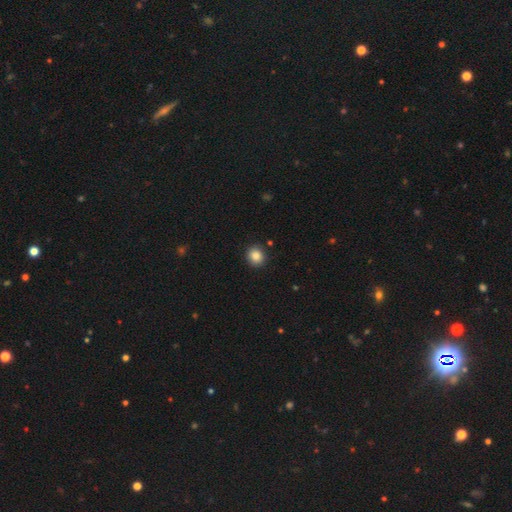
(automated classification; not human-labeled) smooth-or-featured: smooth: 85% | star or artifact: 10% | featured or disk: 5%
  how-rounded: round: 80% | in between: 19% | cigar-shaped: 1%
  merging: none: 90% | minor disturbance: 6% | major disturbance: 2% | merger: 1%